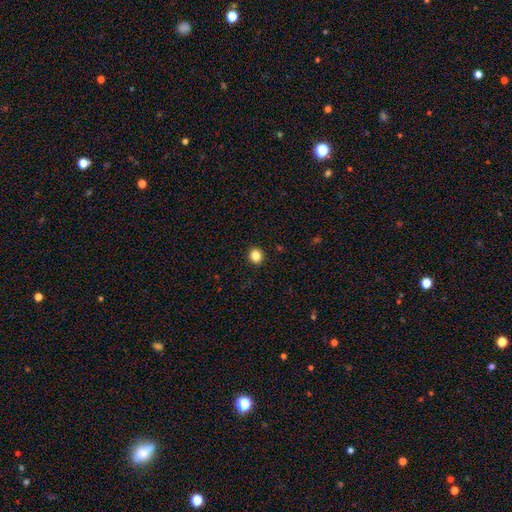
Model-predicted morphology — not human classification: This is clearly a smooth galaxy (84%). How rounded: clearly round (85%). Merging: clearly none (92%).